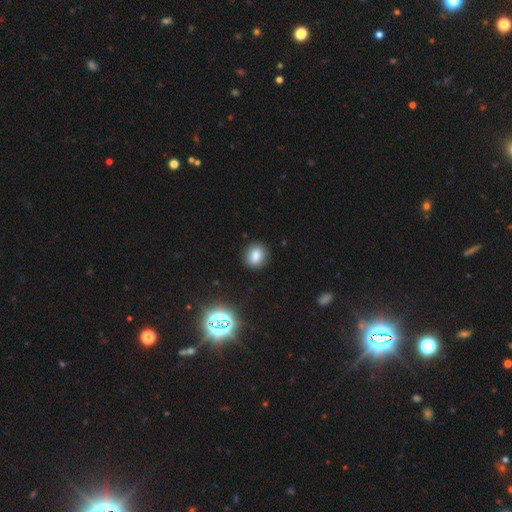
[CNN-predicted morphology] Overall: smooth (81%). How rounded: round (68%; in between 31%). Merging: none (89%).